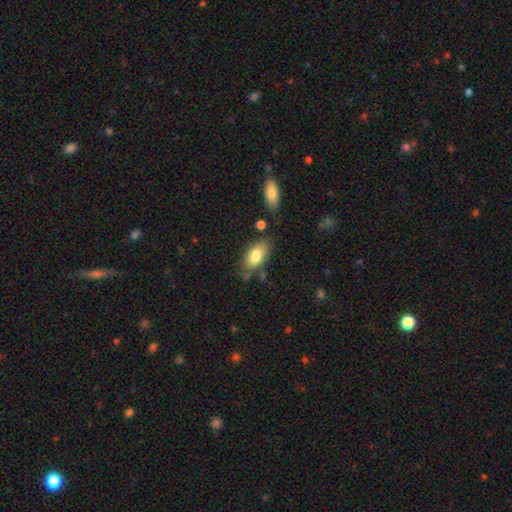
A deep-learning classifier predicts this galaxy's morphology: Smooth or featured?
  - smooth: 80% *
  - featured or disk: 13%
  - star or artifact: 7%
How rounded?
  - in between: 91% *
  - cigar-shaped: 5%
  - round: 4%
Merging?
  - none: 71% *
  - minor disturbance: 19%
  - merger: 6%
  - major disturbance: 5%